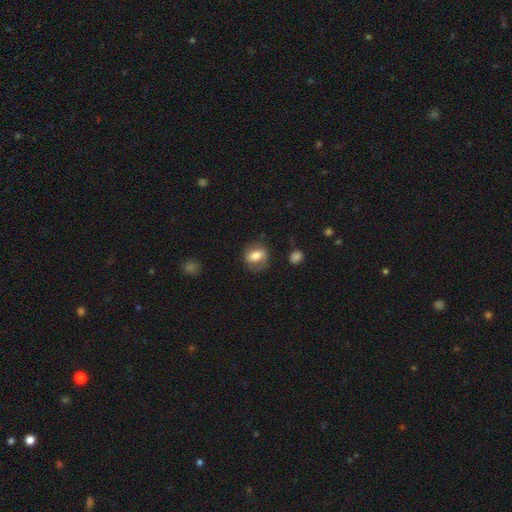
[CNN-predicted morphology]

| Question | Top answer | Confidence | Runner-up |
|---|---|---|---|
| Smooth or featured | smooth | 59% | featured or disk (33%) |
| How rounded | in between | 59% | round (38%) |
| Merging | none | 68% | minor disturbance (20%) |